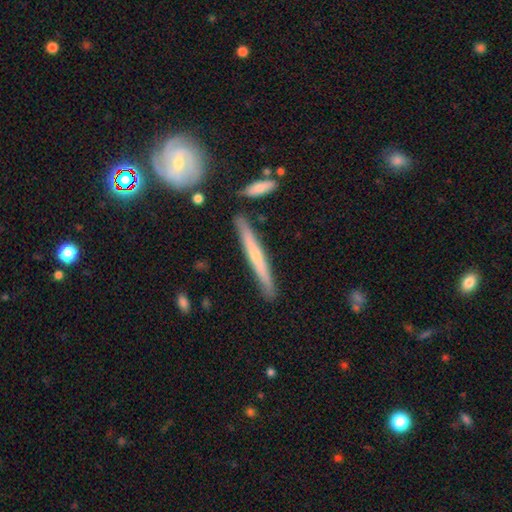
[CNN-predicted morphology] This is possibly a featured or disk galaxy (53%). It is clearly viewed edge-on (94%). Edge-on bulge: possibly rounded (50%). Merging: clearly none (87%).